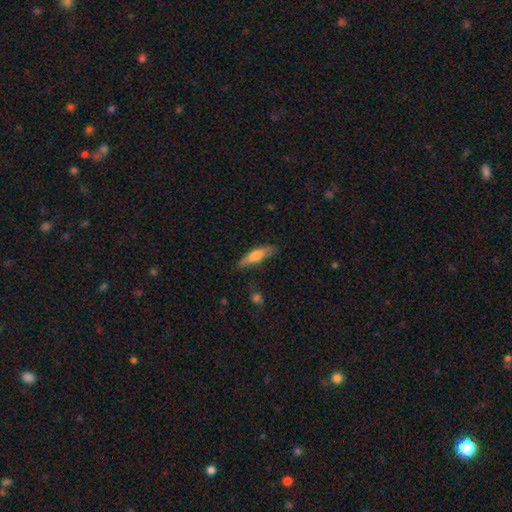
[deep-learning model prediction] Smooth or featured? smooth (67%)
How rounded? cigar-shaped (70%)
Merging? none (75%)